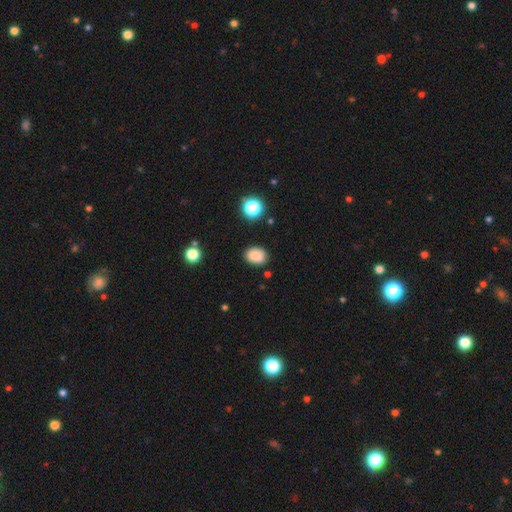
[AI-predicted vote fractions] smooth_or_featured: smooth (p=0.84) [alt: star or artifact p=0.10]
how_rounded: in between (p=0.66) [alt: round p=0.33]
merging: none (p=0.82) [alt: minor disturbance p=0.13]